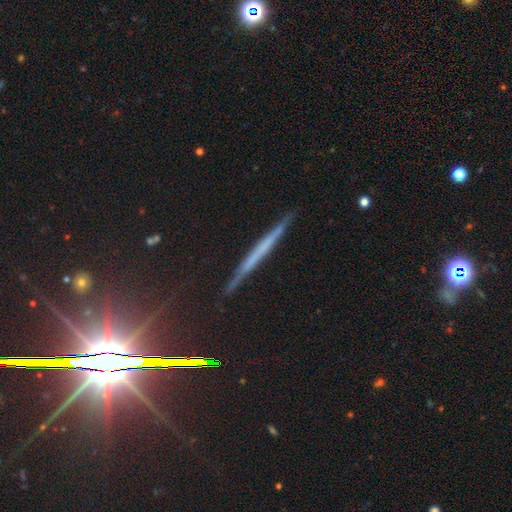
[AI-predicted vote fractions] featured or disk 53%, smooth 33%, star or artifact 14%. Down the decision tree: edge-on disk — yes (96%); edge-on bulge — none (88%); merging — none (88%).